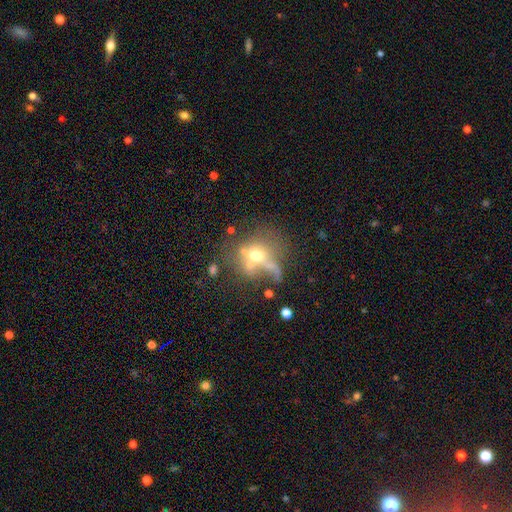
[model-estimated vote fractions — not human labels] This is possibly a smooth galaxy (51%). How rounded: likely round (72%). Merging: marginally major disturbance (32%).